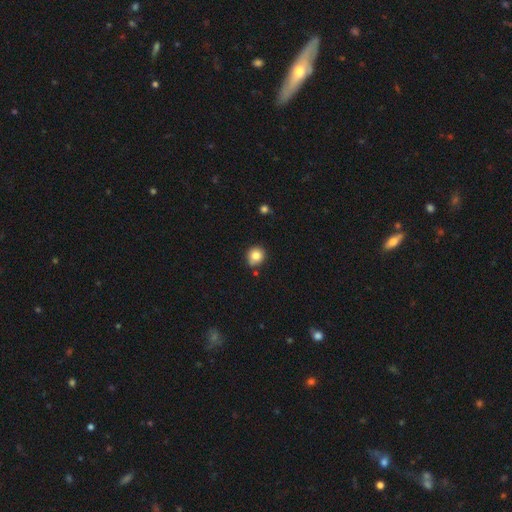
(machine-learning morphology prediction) A smooth galaxy with no disk features (83%) that is round (88%).

Vote fractions:
- Smooth or featured? smooth: 83% / star or artifact: 10% / featured or disk: 7%
- How rounded? round: 88% / in between: 11% / cigar-shaped: 1%
- Merging? none: 75% / minor disturbance: 16% / merger: 6% / major disturbance: 3%